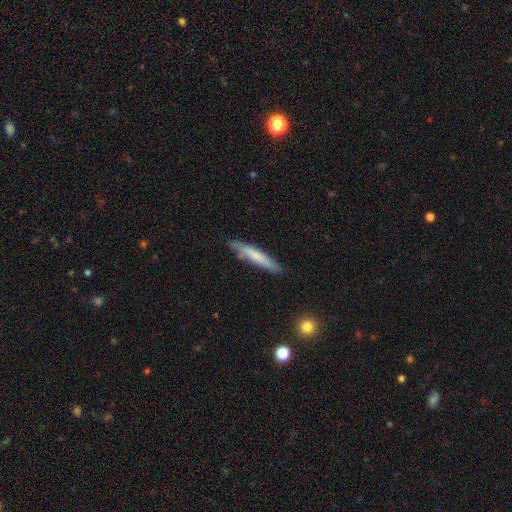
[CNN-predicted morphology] Smooth or featured? smooth (69%)
How rounded? cigar-shaped (93%)
Merging? none (83%)